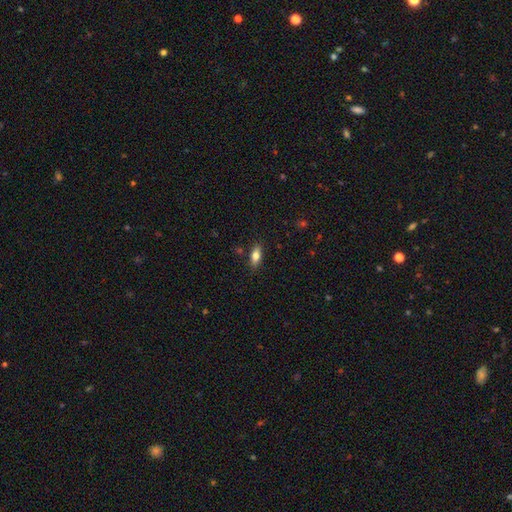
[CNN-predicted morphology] This is likely a smooth galaxy (77%). How rounded: clearly in between (82%). Merging: clearly none (85%).